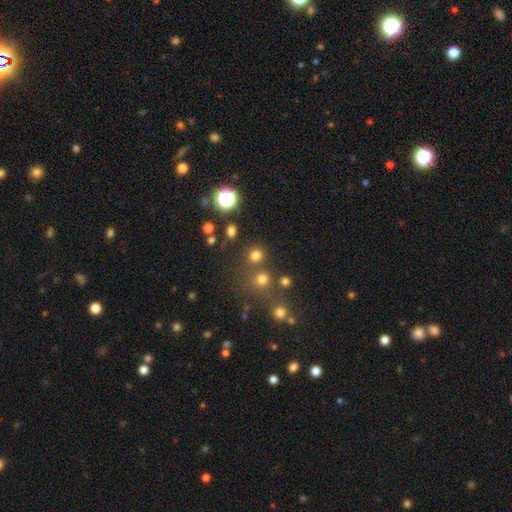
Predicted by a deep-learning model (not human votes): Q: Smooth or featured?
A: smooth (74%); runner-up: star or artifact (20%)
Q: How rounded?
A: round (89%); runner-up: in between (10%)
Q: Merging?
A: none (75%); runner-up: merger (14%)